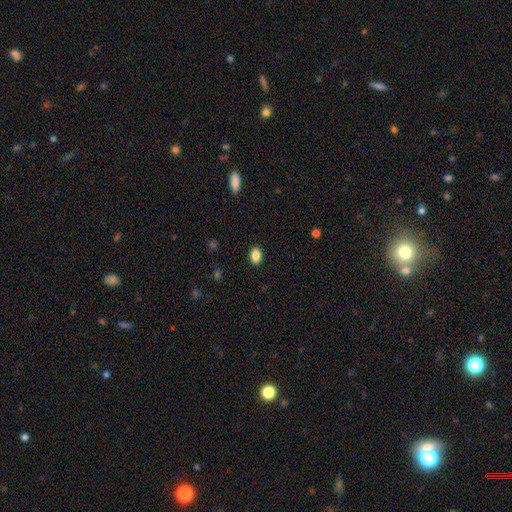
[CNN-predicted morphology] This is clearly a smooth galaxy (86%). How rounded: clearly in between (84%). Merging: clearly none (89%).